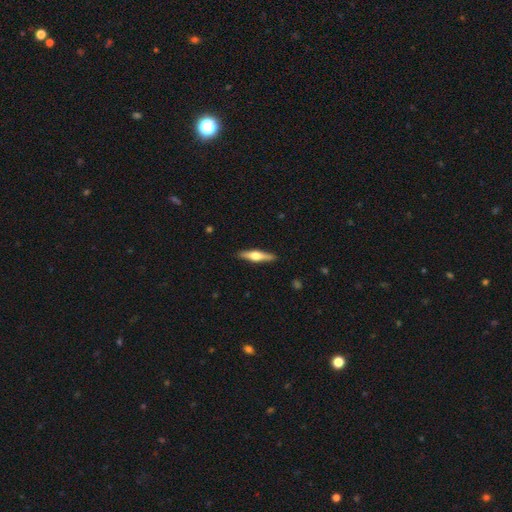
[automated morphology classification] Overall: featured or disk (59%; smooth 36%). Edge-on disk: yes (96%). Edge-on bulge: rounded (93%). Merging: none (90%).